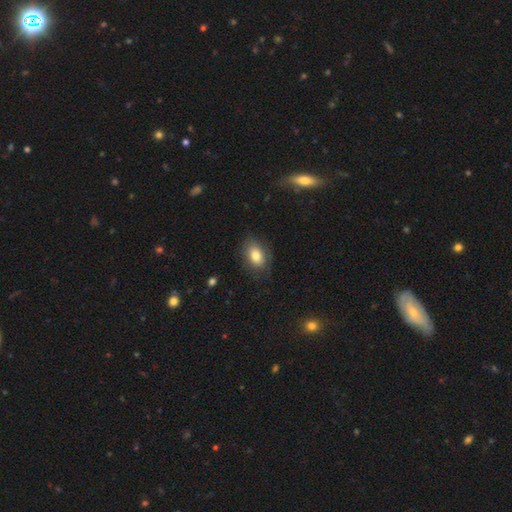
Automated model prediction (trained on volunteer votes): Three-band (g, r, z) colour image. It shows a smooth galaxy with no disk features (79%) that is in between round and cigar-shaped (81%). Merging: none (79%).